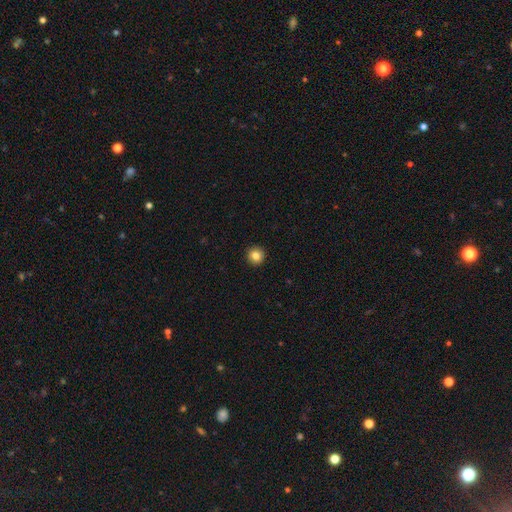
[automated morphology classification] The model was most divided on "smooth or featured": smooth: 84%, star or artifact: 10%, featured or disk: 6%. More confident: how rounded — round (95%); merging — none (94%).